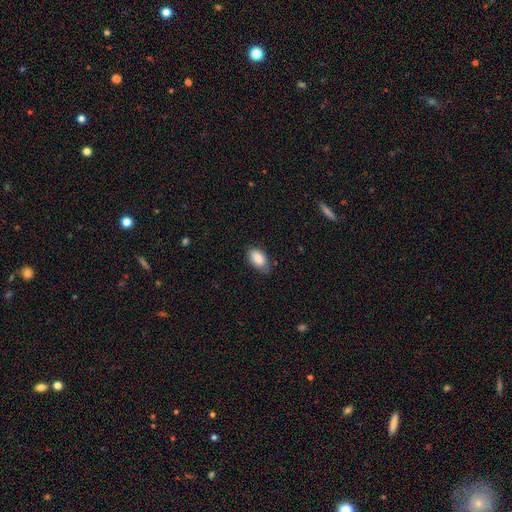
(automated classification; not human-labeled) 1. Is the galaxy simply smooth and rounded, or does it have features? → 86% smooth, 7% featured or disk, 7% star or artifact.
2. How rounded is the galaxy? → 93% in between, 5% round, 2% cigar-shaped.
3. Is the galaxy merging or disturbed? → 74% none, 22% minor disturbance, 3% major disturbance, 1% merger.